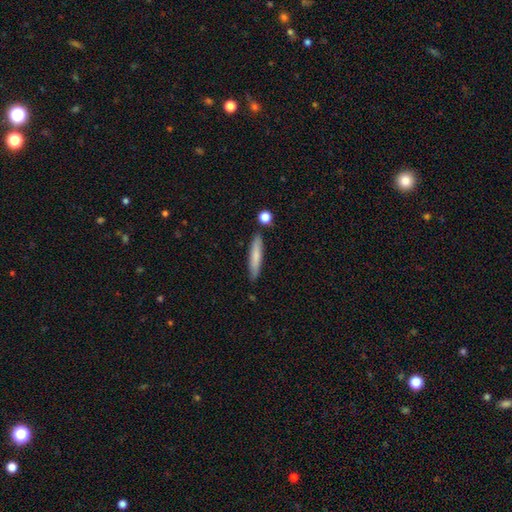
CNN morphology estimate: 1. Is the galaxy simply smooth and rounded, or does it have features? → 75% smooth, 19% featured or disk, 6% star or artifact.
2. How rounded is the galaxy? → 90% cigar-shaped, 9% in between, 1% round.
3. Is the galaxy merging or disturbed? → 84% none, 10% minor disturbance, 4% merger, 2% major disturbance.